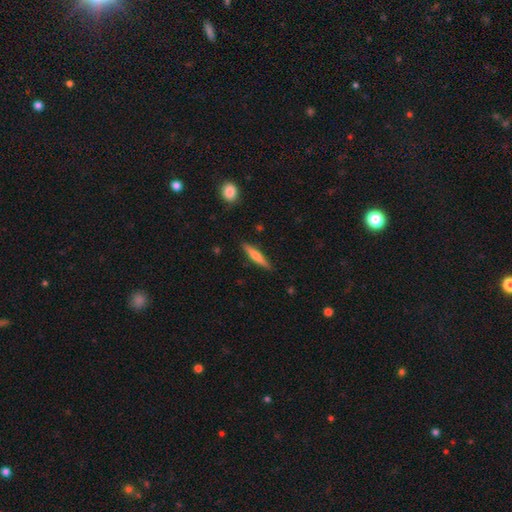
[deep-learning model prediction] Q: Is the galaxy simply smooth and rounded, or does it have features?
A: smooth — 57%.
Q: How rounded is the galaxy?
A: cigar-shaped — 90%.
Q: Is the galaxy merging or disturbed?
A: none — 88%.